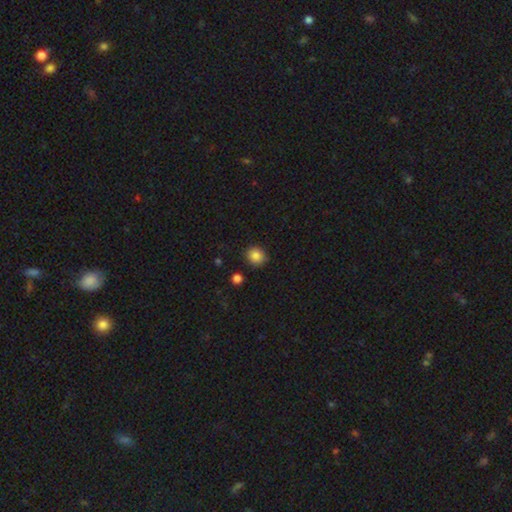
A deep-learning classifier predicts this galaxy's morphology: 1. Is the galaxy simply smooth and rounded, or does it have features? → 85% smooth, 10% star or artifact, 5% featured or disk.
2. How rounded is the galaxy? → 85% round, 14% in between, 1% cigar-shaped.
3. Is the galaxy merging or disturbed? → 89% none, 7% minor disturbance, 2% merger, 2% major disturbance.